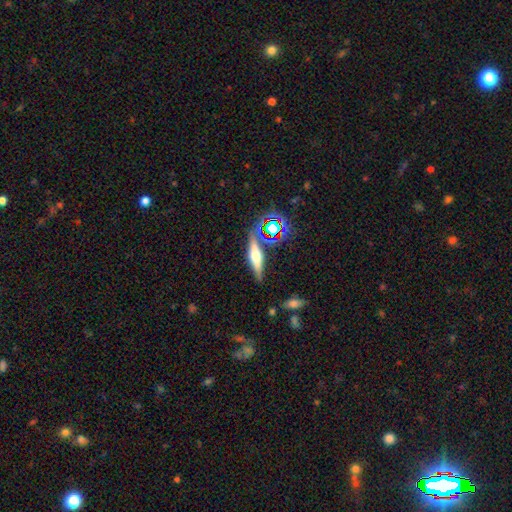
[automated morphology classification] This appears to be a featured or disk galaxy (53%) viewed edge-on (92%). Merging: none (78%).